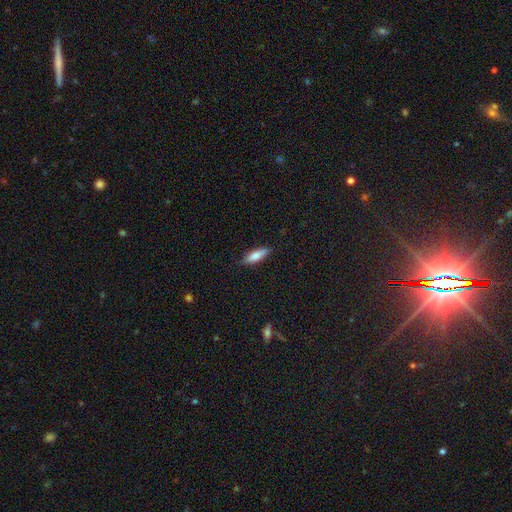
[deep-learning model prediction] The model was most divided on "how rounded": cigar-shaped: 54%, in between: 44%, round: 2%. More confident: merging — none (82%); smooth or featured — smooth (74%).